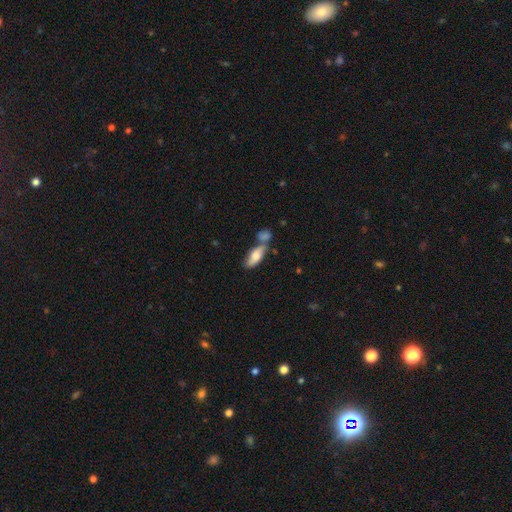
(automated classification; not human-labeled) This is likely a smooth galaxy (66%). How rounded: likely in between (70%). Merging: possibly none (49%).